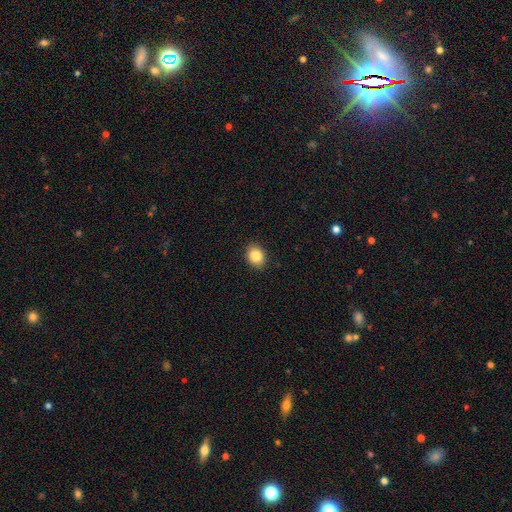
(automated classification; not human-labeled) smooth 84%, star or artifact 9%, featured or disk 7%. Down the decision tree: how rounded — in between (55%); merging — none (90%).